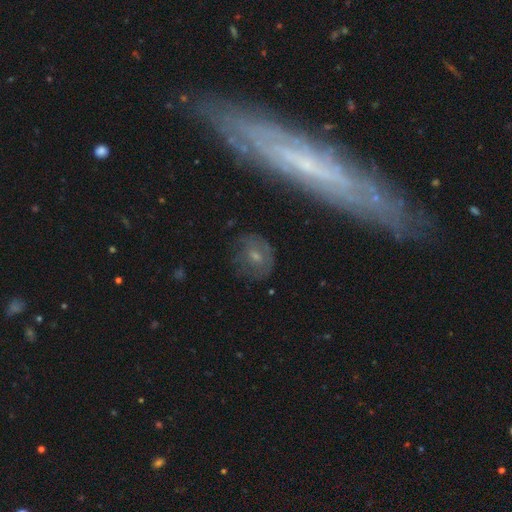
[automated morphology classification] This is possibly a featured or disk galaxy (49%). Merging: likely none (63%).